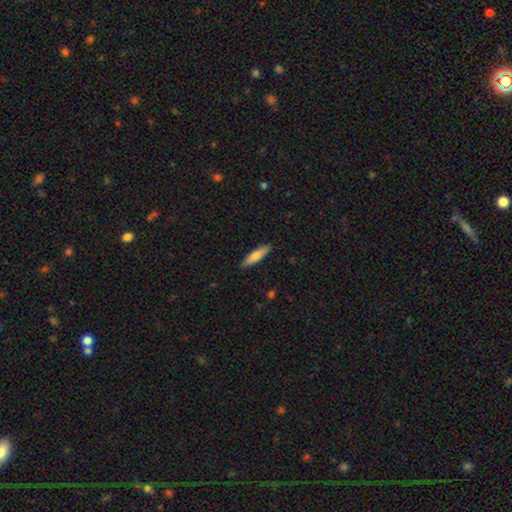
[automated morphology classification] Smooth or featured? Predicted: smooth (p=0.76). How rounded? Predicted: cigar-shaped (p=0.74). Merging? Predicted: none (p=0.89).